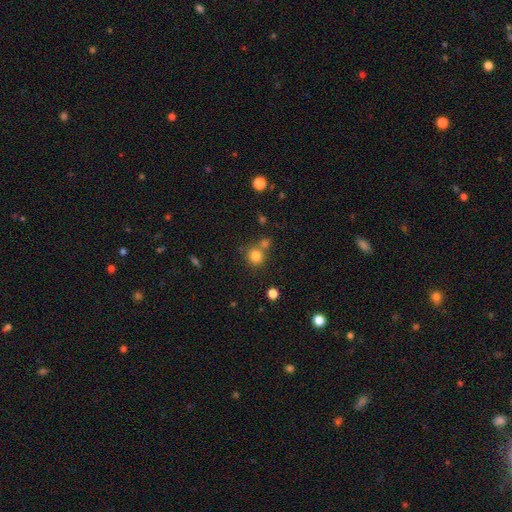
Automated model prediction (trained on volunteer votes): smooth 81%, star or artifact 13%, featured or disk 6%. Down the decision tree: how rounded — round (87%); merging — none (62%).